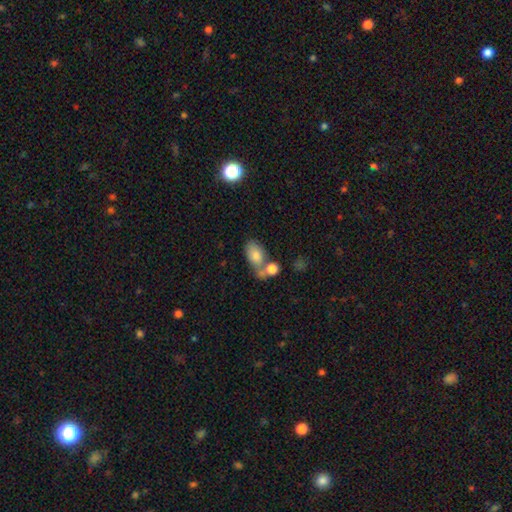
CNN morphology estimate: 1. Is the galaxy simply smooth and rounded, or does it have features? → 76% smooth, 15% featured or disk, 10% star or artifact.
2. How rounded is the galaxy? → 87% in between, 11% round, 2% cigar-shaped.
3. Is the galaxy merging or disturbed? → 44% none, 33% merger, 15% minor disturbance, 7% major disturbance.